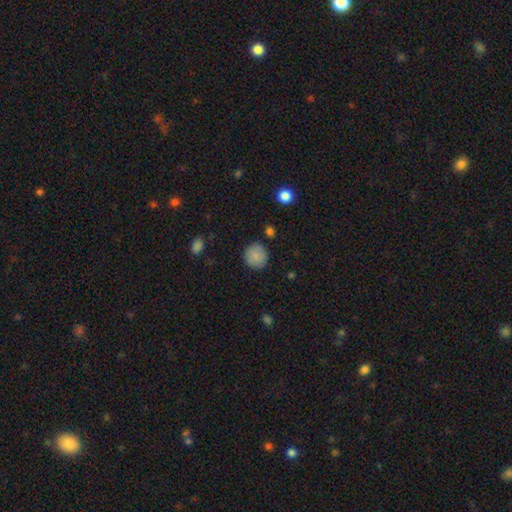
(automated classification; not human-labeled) smooth_or_featured: smooth (p=0.86) [alt: star or artifact p=0.08]
how_rounded: round (p=0.92) [alt: in between p=0.07]
merging: none (p=0.86) [alt: minor disturbance p=0.09]